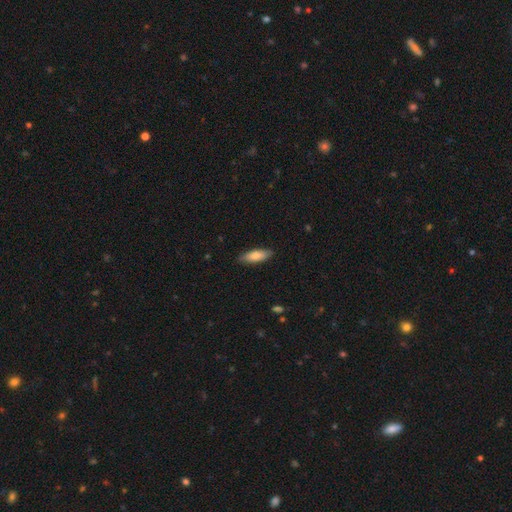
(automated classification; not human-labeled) Q: Smooth or featured?
A: smooth (80%); runner-up: featured or disk (14%)
Q: How rounded?
A: in between (56%); runner-up: cigar-shaped (42%)
Q: Merging?
A: none (86%); runner-up: minor disturbance (11%)